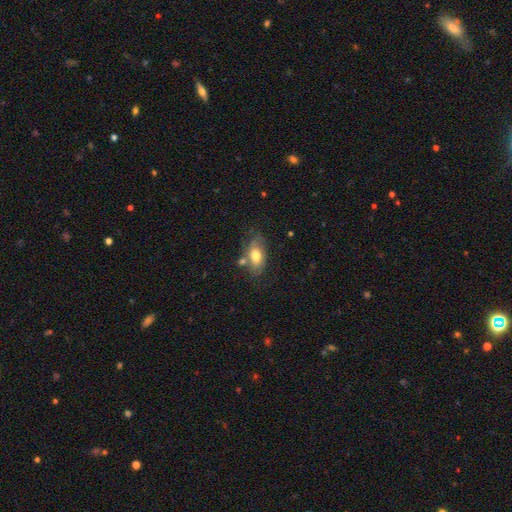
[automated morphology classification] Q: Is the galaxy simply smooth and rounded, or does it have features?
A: smooth — 67%.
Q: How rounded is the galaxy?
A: in between — 89%.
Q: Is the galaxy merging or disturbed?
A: none — 56%.